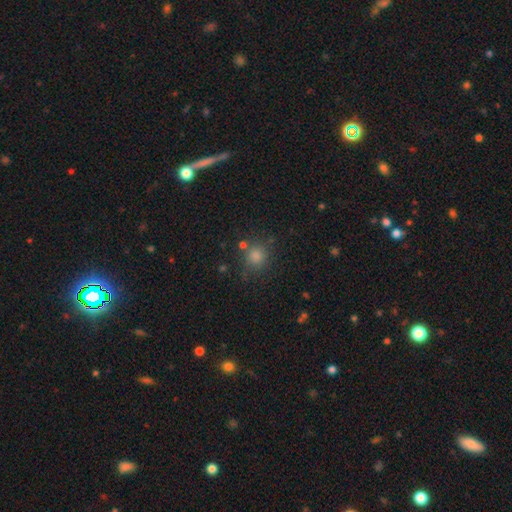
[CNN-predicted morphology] A smooth galaxy with no disk features (75%) that is round (88%). Merging: none (78%).